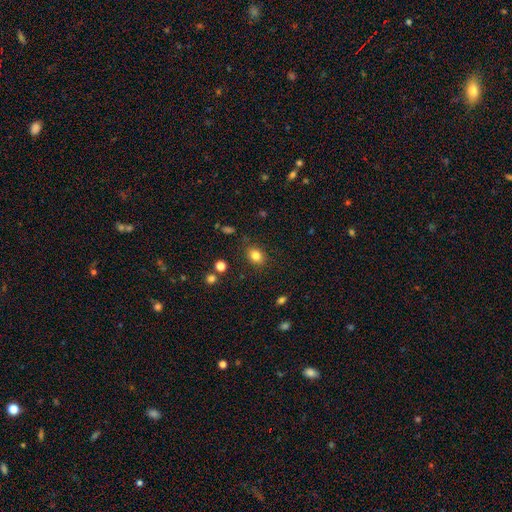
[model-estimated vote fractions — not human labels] smooth_or_featured: smooth (p=0.82) [alt: star or artifact p=0.11]
how_rounded: in between (p=0.63) [alt: round p=0.36]
merging: none (p=0.83) [alt: minor disturbance p=0.11]